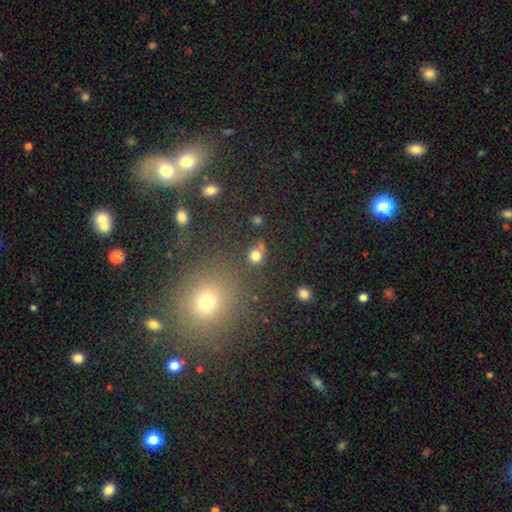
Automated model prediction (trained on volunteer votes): smooth 77%, star or artifact 15%, featured or disk 8%. Down the decision tree: how rounded — round (77%); merging — none (59%).